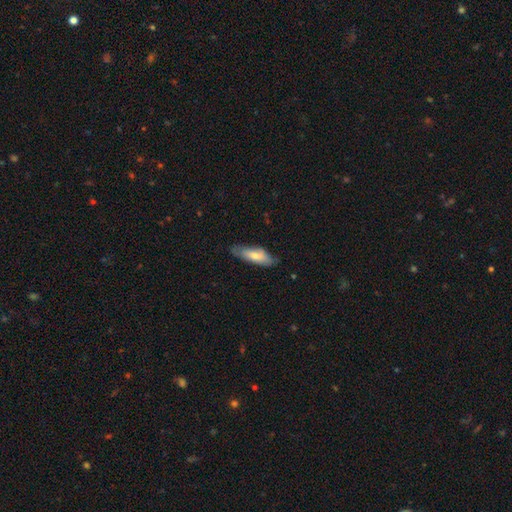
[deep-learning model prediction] The model was most divided on "how rounded": in between: 53%, cigar-shaped: 46%, round: 2%. More confident: merging — none (71%); smooth or featured — smooth (69%).